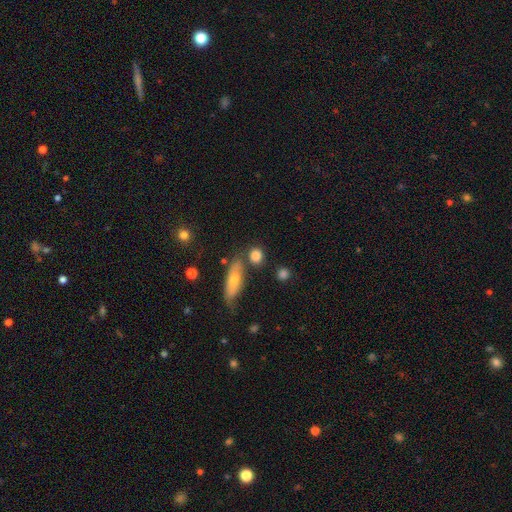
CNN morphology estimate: The model was most divided on "how rounded": round: 68%, in between: 26%, cigar-shaped: 6%. More confident: smooth or featured — smooth (82%); merging — none (70%).